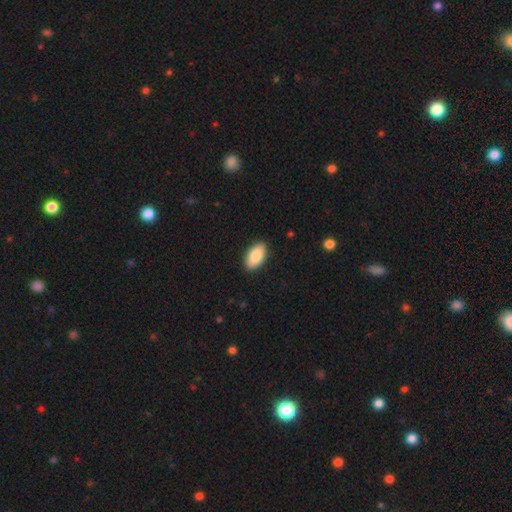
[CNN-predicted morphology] smooth-or-featured: smooth: 86% | featured or disk: 8% | star or artifact: 6%
  how-rounded: in between: 94% | round: 3% | cigar-shaped: 2%
  merging: none: 89% | minor disturbance: 8% | major disturbance: 2% | merger: 1%